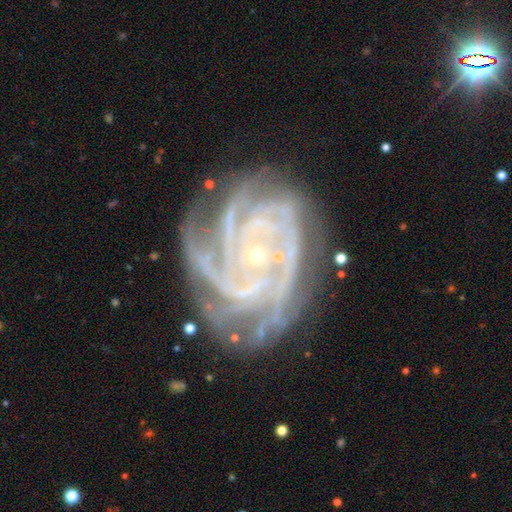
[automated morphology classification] A featured or disk galaxy (90%) with no bar (72%), 4 (34%) tight (75%) spiral arms (98%) and a small central bulge (86%).

Vote fractions:
- Smooth or featured? featured or disk: 90% / star or artifact: 7% / smooth: 3%
- Edge-on disk? no: 98% / yes: 2%
- Bar? no: 72% / weak: 18% / strong: 10%
- Spiral arms? yes: 98% / no: 2%
- Spiral winding? tight: 75% / medium: 22% / loose: 3%
- Spiral arm count? 4: 34% / more than 4: 21% / 3: 18% / can't tell: 12% / 2: 8% / 1: 7%
- Bulge size? small: 86% / moderate: 9% / none: 3% / large: 1% / dominant: 1%
- Merging? none: 71% / minor disturbance: 19% / major disturbance: 8% / merger: 2%